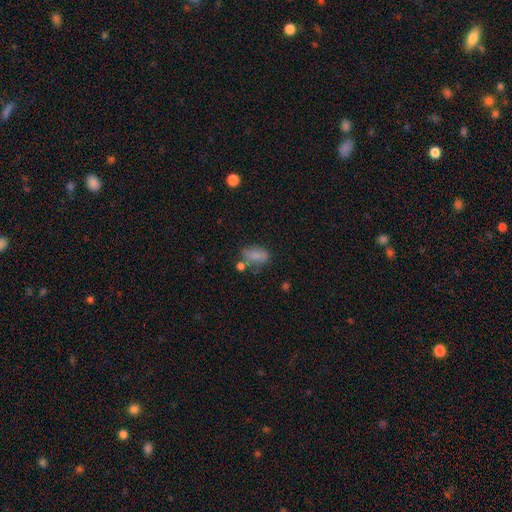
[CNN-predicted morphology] A smooth galaxy with no disk features (74%) that is in between round and cigar-shaped (82%). Merging: none (46%).